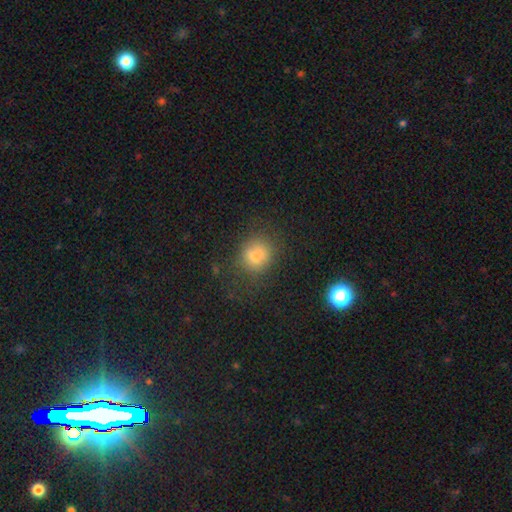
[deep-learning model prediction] Smooth or featured? smooth (75%)
How rounded? round (73%)
Merging? none (71%)